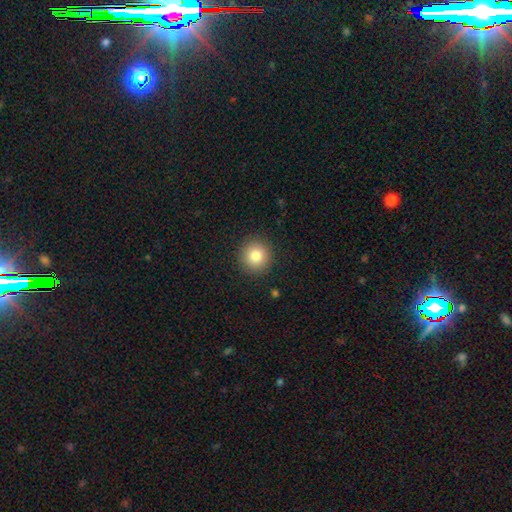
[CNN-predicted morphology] The model was most divided on "smooth or featured": smooth: 83%, star or artifact: 10%, featured or disk: 7%. More confident: how rounded — round (94%); merging — none (91%).